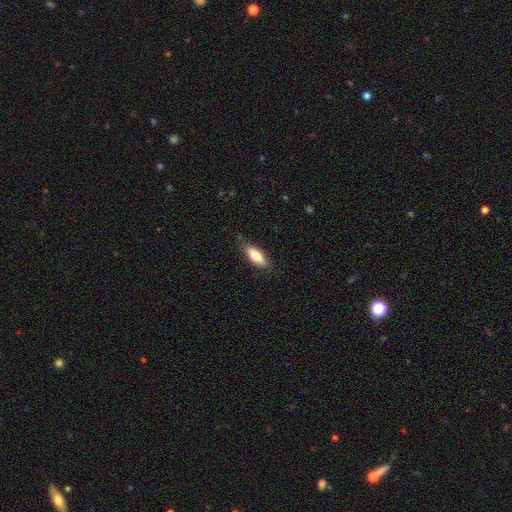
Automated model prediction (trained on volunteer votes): The model was most divided on "how rounded": in between: 72%, cigar-shaped: 26%, round: 2%. More confident: merging — none (82%); smooth or featured — smooth (81%).